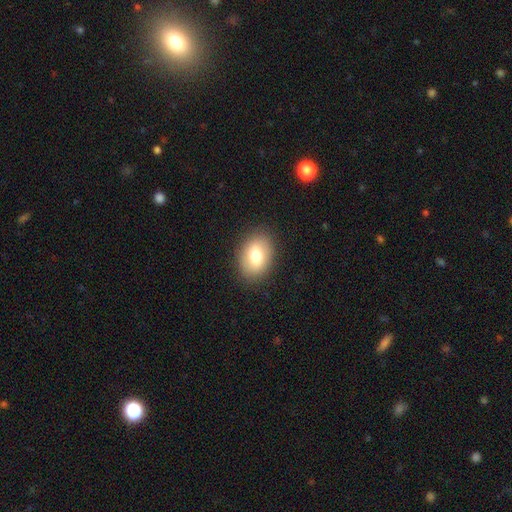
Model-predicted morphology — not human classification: A smooth galaxy with no disk features (76%) that is in between round and cigar-shaped (76%). Merging: none (87%).